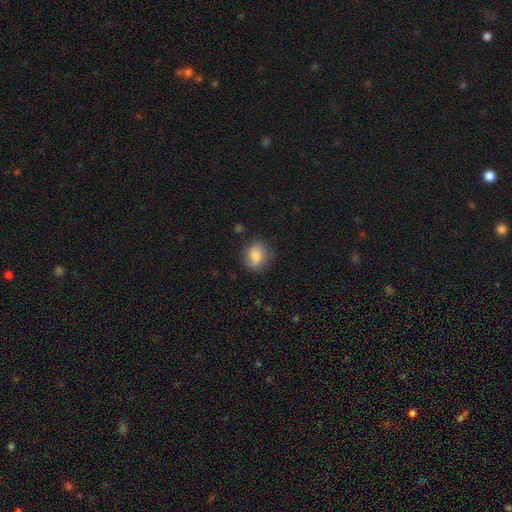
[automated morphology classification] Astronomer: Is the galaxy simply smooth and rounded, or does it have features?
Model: smooth — 80%.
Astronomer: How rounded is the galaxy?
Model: round — 57% (runner-up: in between, 41%).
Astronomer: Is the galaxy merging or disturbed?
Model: none — 72%.